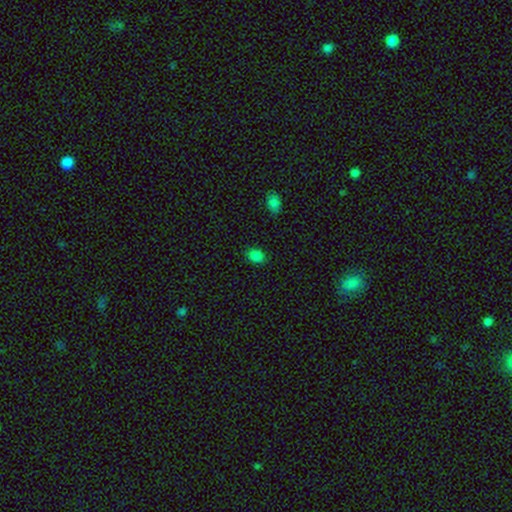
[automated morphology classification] Q: Smooth or featured?
A: smooth (84%); runner-up: star or artifact (13%)
Q: How rounded?
A: in between (66%); runner-up: round (33%)
Q: Merging?
A: none (87%); runner-up: minor disturbance (9%)